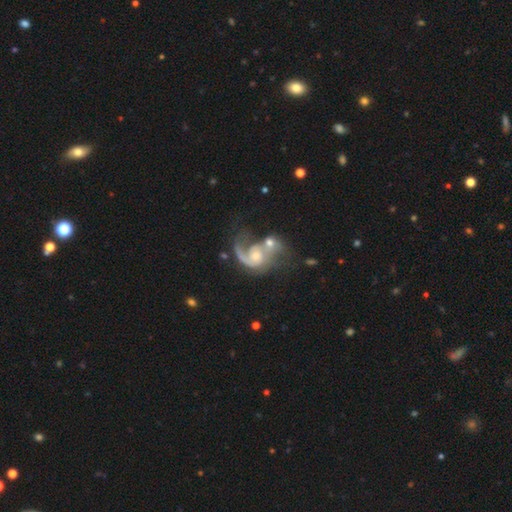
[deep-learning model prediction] Q: Smooth or featured?
A: featured or disk (79%); runner-up: smooth (15%)
Q: Edge-on disk?
A: no (98%); runner-up: yes (2%)
Q: Bar?
A: no (68%); runner-up: weak (27%)
Q: Spiral arms?
A: yes (90%); runner-up: no (10%)
Q: Spiral winding?
A: loose (46%); runner-up: medium (38%)
Q: Spiral arm count?
A: 1 (59%); runner-up: 2 (31%)
Q: Bulge size?
A: moderate (50%); runner-up: small (33%)
Q: Merging?
A: merger (48%); runner-up: major disturbance (22%)